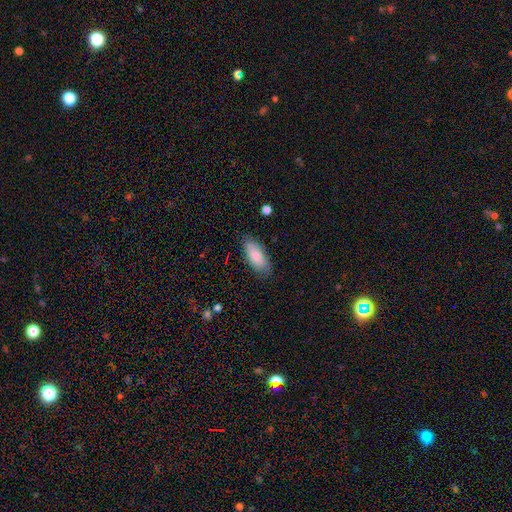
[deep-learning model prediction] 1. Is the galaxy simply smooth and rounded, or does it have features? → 81% smooth, 13% featured or disk, 6% star or artifact.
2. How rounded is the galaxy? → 86% in between, 12% cigar-shaped, 2% round.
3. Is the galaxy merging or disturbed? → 82% none, 14% minor disturbance, 3% major disturbance, 1% merger.